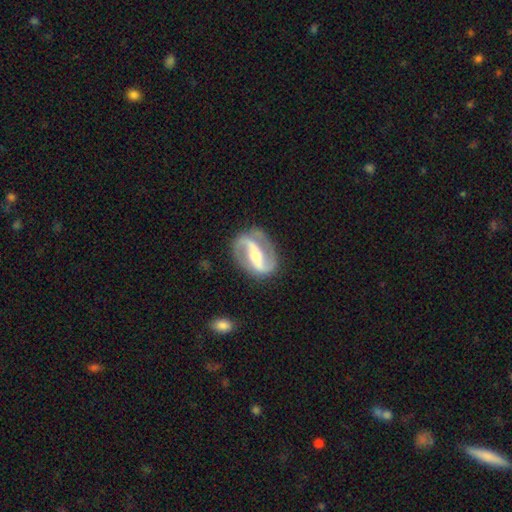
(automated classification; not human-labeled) This is clearly a featured or disk galaxy (89%). It is clearly not viewed edge-on (96%). Bar: likely strong (66%). Spiral arm pattern: clearly yes (95%). Spiral arm count: clearly 2 (93%). Spiral winding: possibly medium (48%). Central bulge: possibly moderate (57%). Merging: clearly none (82%).